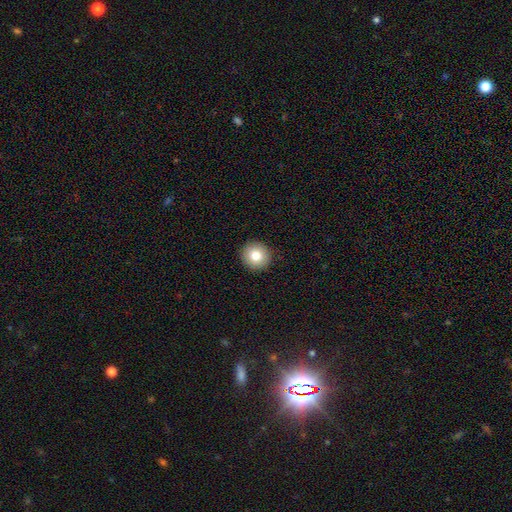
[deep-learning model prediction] A smooth galaxy with no disk features (80%) that is round (94%). Merging: none (93%).